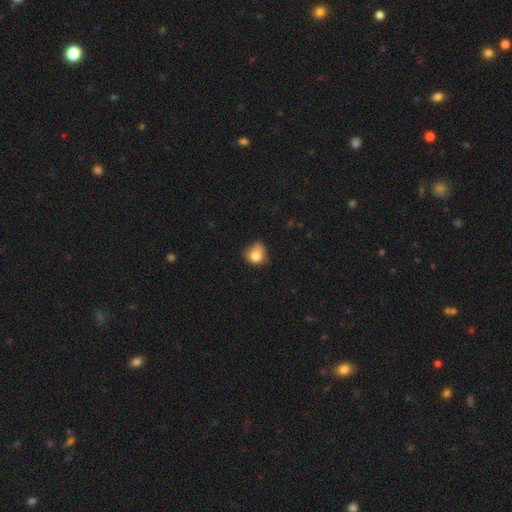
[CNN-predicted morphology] This is likely a smooth galaxy (79%). How rounded: likely round (69%). Merging: marginally none (42%).